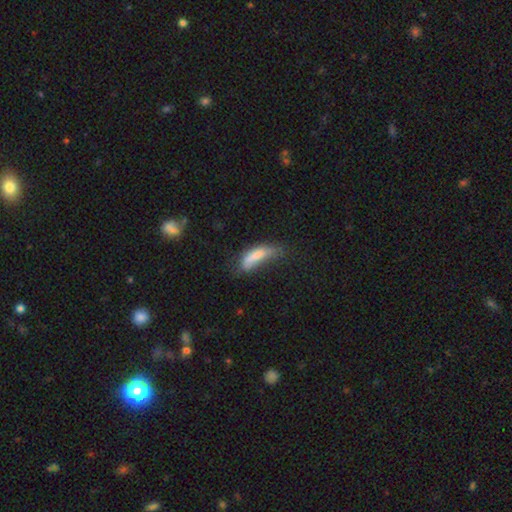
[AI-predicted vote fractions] The model was most divided on "merging": minor disturbance: 33%, major disturbance: 31%, none: 31%, merger: 6%. More confident: smooth or featured — smooth (73%); how rounded — cigar-shaped (51%).